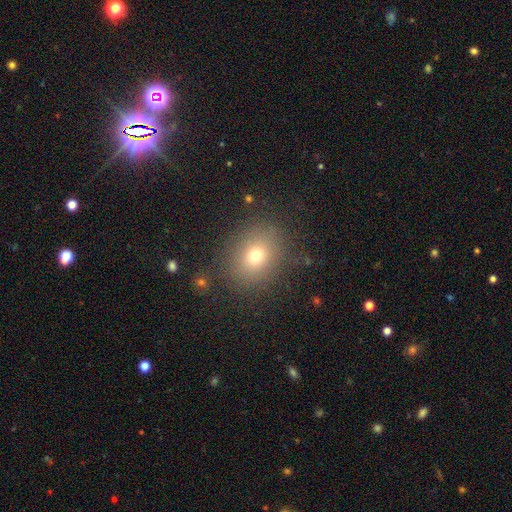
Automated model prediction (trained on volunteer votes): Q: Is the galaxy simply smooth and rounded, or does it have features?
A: smooth — 71%.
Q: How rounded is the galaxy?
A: round — 58%.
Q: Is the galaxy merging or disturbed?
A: none — 82%.